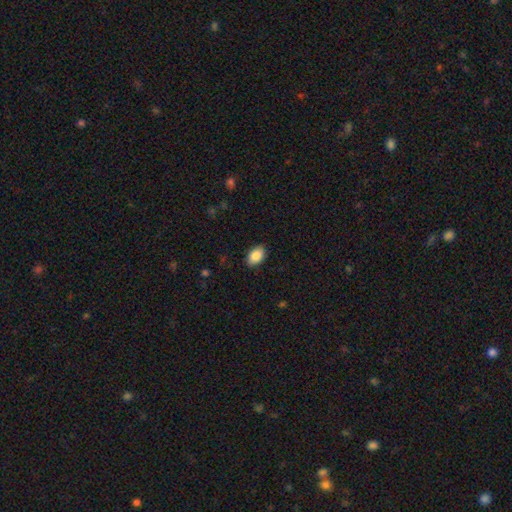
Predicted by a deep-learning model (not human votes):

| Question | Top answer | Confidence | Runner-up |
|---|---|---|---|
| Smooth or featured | smooth | 87% | star or artifact (7%) |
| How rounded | in between | 90% | round (9%) |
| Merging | none | 88% | minor disturbance (9%) |